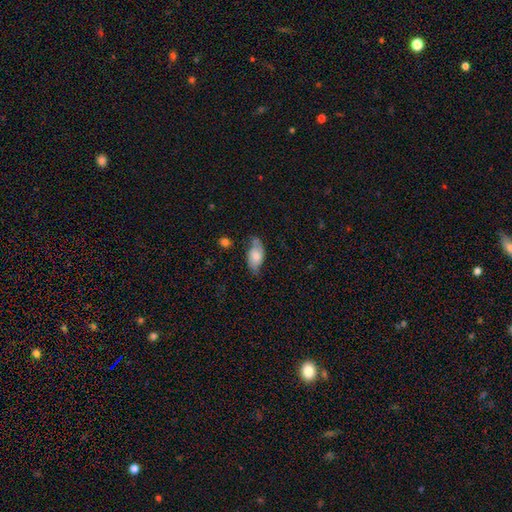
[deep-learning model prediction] A smooth galaxy with no disk features (70%) that is in between round and cigar-shaped (91%).

Vote fractions:
- Smooth or featured? smooth: 70% / featured or disk: 23% / star or artifact: 7%
- How rounded? in between: 91% / cigar-shaped: 6% / round: 3%
- Merging? none: 56% / minor disturbance: 31% / major disturbance: 8% / merger: 5%